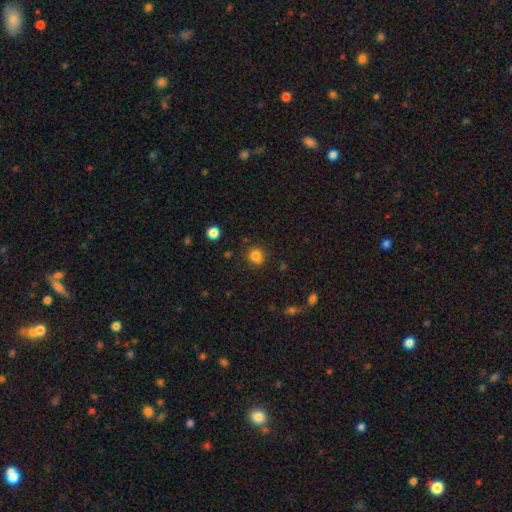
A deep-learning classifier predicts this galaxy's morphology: Smooth or featured: smooth — 82% (star or artifact — 13%)
How rounded: round — 81% (in between — 18%)
Merging: none — 78% (minor disturbance — 14%)